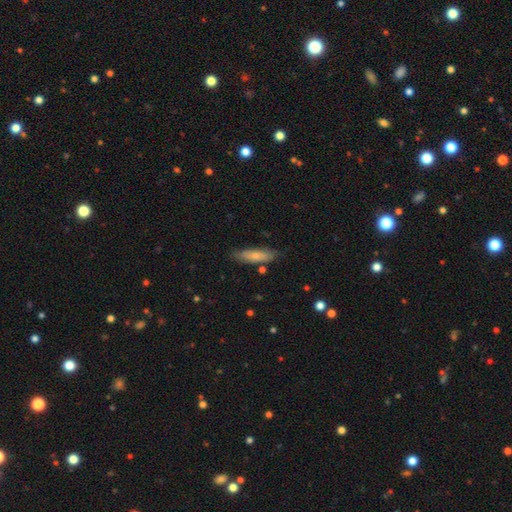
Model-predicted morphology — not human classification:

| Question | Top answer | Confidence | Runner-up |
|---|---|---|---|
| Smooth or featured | smooth | 70% | featured or disk (24%) |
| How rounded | cigar-shaped | 67% | in between (31%) |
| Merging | none | 77% | minor disturbance (17%) |